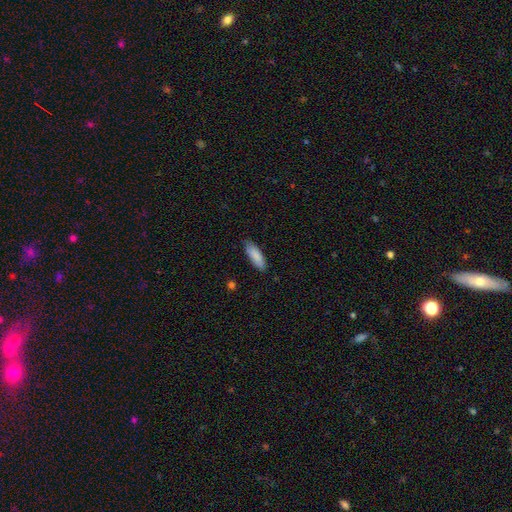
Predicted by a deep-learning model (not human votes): Smooth or featured: smooth — 87% (featured or disk — 7%)
How rounded: in between — 56% (cigar-shaped — 42%)
Merging: none — 82% (minor disturbance — 14%)